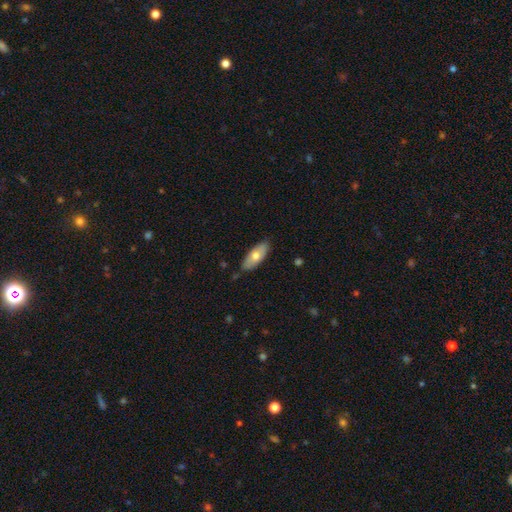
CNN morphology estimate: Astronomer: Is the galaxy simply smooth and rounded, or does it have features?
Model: smooth — 67%.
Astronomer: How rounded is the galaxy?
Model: in between — 80%.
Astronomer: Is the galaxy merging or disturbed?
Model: none — 83%.